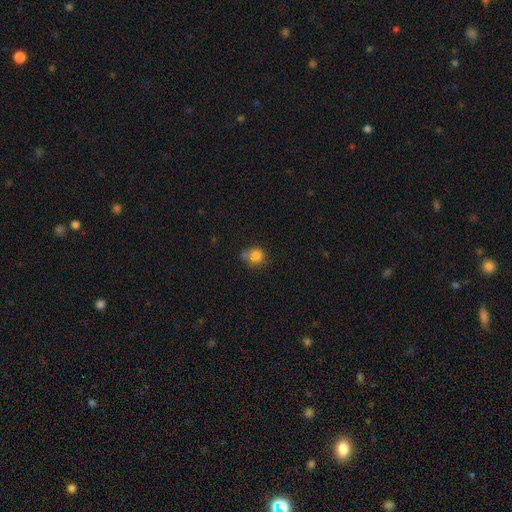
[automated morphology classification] Smooth or featured: smooth — 83% (star or artifact — 11%)
How rounded: round — 86% (in between — 13%)
Merging: none — 58% (minor disturbance — 22%)